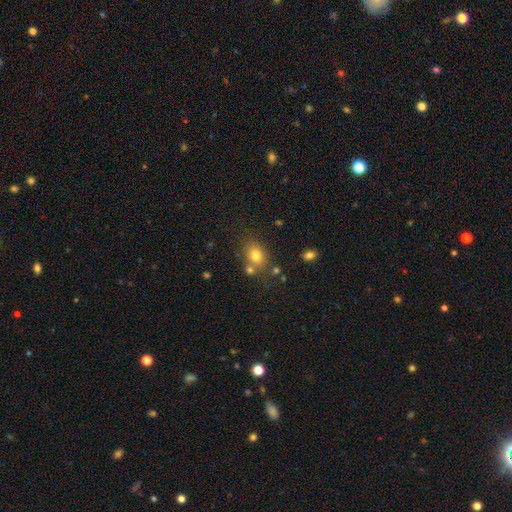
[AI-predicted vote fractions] smooth 77%, star or artifact 12%, featured or disk 11%. Down the decision tree: how rounded — in between (63%); merging — none (63%).